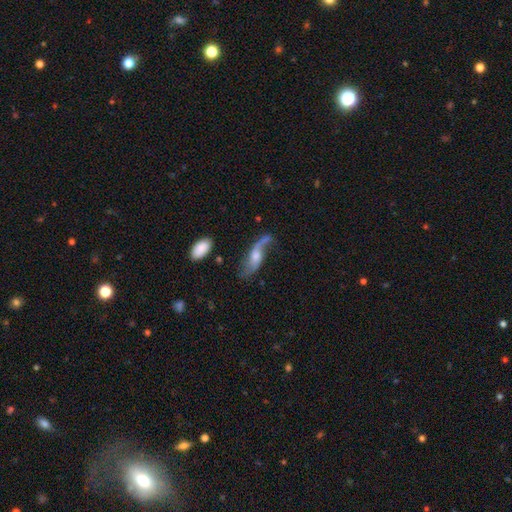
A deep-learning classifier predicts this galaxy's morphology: A featured or disk galaxy (72%) with no bar (59%), 2 (75%) loose (85%) spiral arms (89%) and a moderate central bulge (49%). Merging: none (46%).